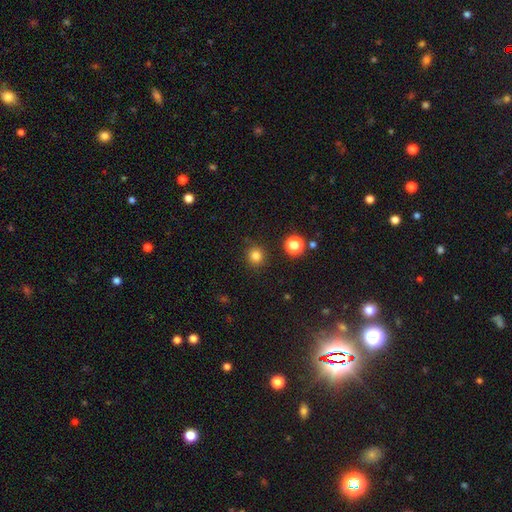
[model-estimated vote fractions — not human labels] The model was most divided on "smooth or featured": smooth: 82%, star or artifact: 14%, featured or disk: 4%. More confident: how rounded — round (93%); merging — none (89%).